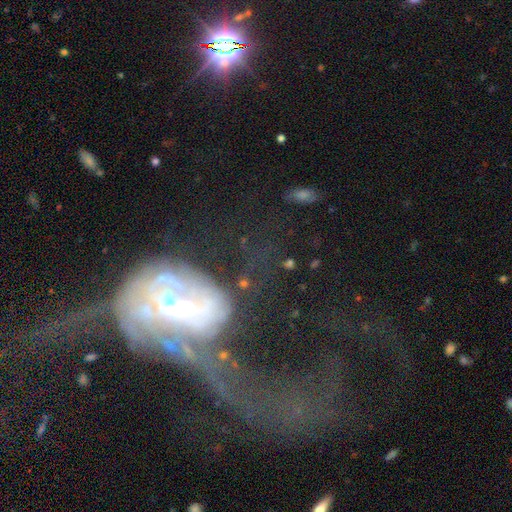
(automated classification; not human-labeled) Smooth or featured?
  - featured or disk: 70% *
  - smooth: 18%
  - star or artifact: 11%
Edge-on disk?
  - no: 94% *
  - yes: 6%
Bar?
  - no: 67% *
  - weak: 24%
  - strong: 9%
Spiral arms?
  - yes: 58% *
  - no: 42%
Bulge size?
  - moderate: 58% *
  - small: 29%
  - large: 8%
  - none: 3%
  - dominant: 2%
Merging?
  - merger: 48% *
  - major disturbance: 38%
  - none: 8%
  - minor disturbance: 6%